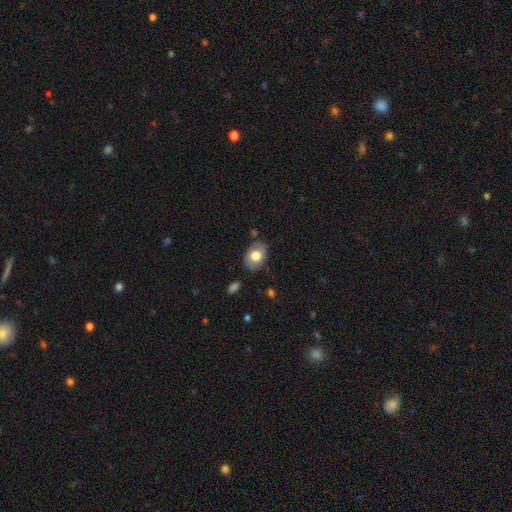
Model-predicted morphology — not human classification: type=smooth (71%); roundness=in between (77%); merging=none (78%).